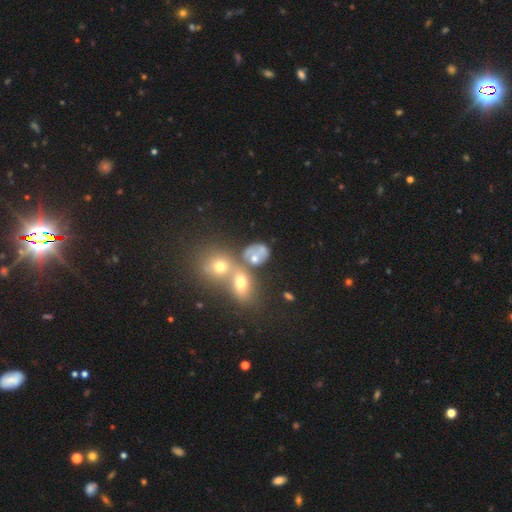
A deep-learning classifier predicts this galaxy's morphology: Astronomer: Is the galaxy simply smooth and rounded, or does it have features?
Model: smooth — 58%.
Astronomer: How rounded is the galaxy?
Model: in between — 51% (runner-up: round, 47%).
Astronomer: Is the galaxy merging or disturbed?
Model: merger — 44% (runner-up: none, 35%).